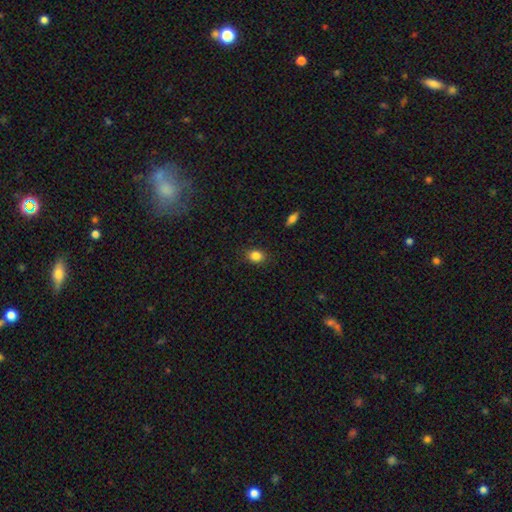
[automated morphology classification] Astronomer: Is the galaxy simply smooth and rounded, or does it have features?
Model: smooth — 85%.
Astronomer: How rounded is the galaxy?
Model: in between — 51% (runner-up: round, 48%).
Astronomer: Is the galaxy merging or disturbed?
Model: none — 86%.